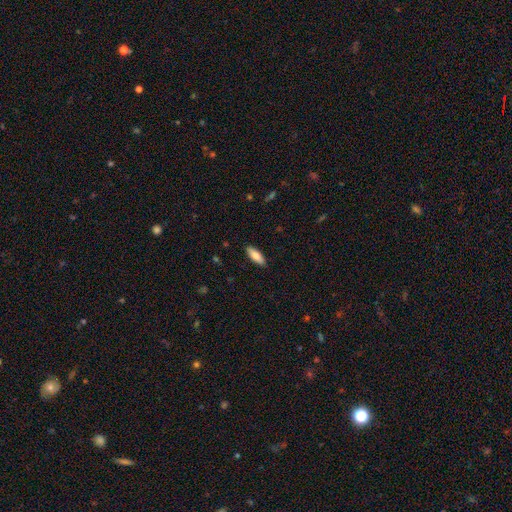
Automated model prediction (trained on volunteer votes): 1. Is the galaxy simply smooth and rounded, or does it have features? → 79% smooth, 15% featured or disk, 6% star or artifact.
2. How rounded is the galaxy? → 65% in between, 33% cigar-shaped, 2% round.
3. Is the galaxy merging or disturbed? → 89% none, 8% minor disturbance, 2% major disturbance, 1% merger.